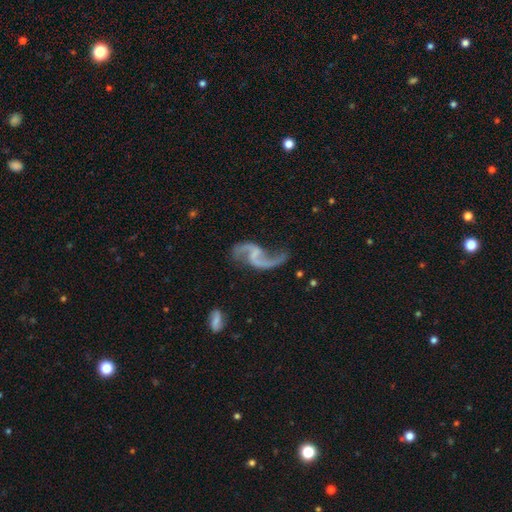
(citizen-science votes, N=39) This is clearly a featured or disk galaxy (90%). It is clearly not viewed edge-on (100%). Bar: likely weak (69%). Spiral arm pattern: clearly yes (94%). Spiral arm count: clearly 2 (100%). Spiral winding: likely loose (76%). Central bulge: possibly none (57%). Merging: likely none (68%).